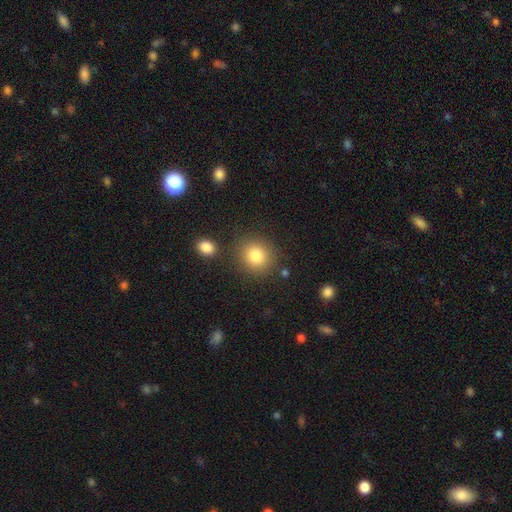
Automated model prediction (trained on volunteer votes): smooth_or_featured: smooth (p=0.83) [alt: star or artifact p=0.10]
how_rounded: round (p=0.82) [alt: in between p=0.17]
merging: none (p=0.81) [alt: minor disturbance p=0.09]